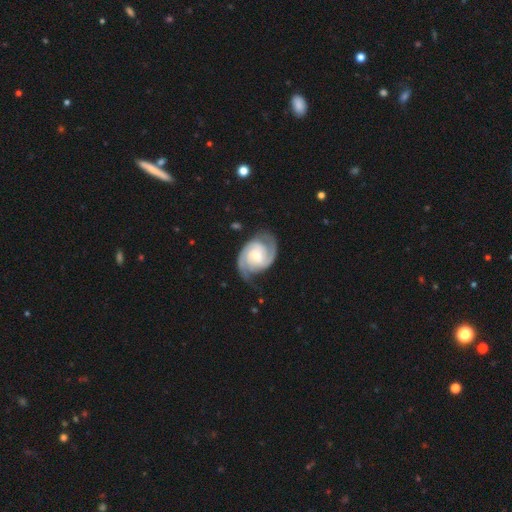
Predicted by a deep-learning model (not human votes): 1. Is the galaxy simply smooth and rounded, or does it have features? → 90% featured or disk, 6% smooth, 4% star or artifact.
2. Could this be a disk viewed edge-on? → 98% no, 2% yes.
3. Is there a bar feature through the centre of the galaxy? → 54% no, 35% weak, 10% strong.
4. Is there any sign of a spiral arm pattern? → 98% yes, 2% no.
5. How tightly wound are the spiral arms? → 48% tight, 42% medium, 9% loose.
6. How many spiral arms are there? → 89% 2, 4% can't tell, 4% 3, 2% 1, 1% 4, 1% more than 4.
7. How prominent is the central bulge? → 46% moderate, 44% small, 6% large, 3% none, 1% dominant.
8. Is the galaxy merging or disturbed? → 73% none, 18% minor disturbance, 8% major disturbance, 2% merger.